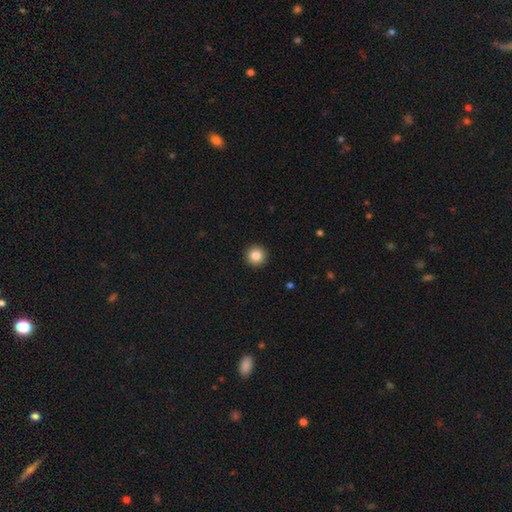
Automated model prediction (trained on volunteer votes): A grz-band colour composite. It shows a smooth galaxy with no disk features (85%) that is round (96%). Merging: none (93%).